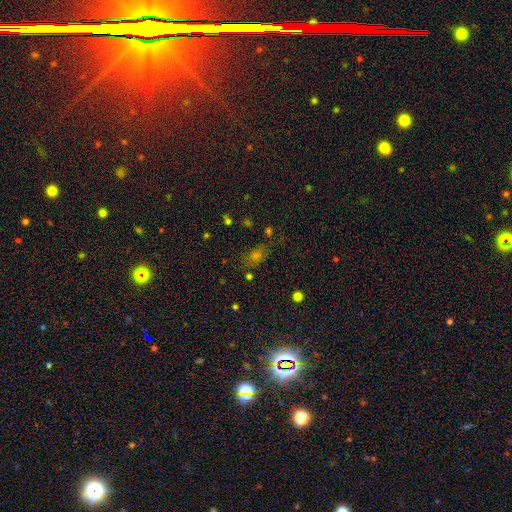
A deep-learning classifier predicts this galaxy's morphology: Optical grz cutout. It shows a smooth galaxy with no disk features (45%). Merging: none (67%).